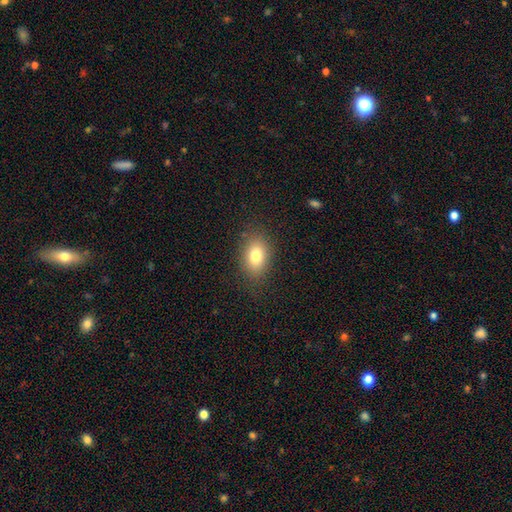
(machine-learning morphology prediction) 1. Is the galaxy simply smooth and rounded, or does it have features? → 79% smooth, 11% featured or disk, 10% star or artifact.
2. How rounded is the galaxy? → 80% in between, 18% round, 2% cigar-shaped.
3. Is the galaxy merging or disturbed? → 84% none, 11% minor disturbance, 4% major disturbance, 1% merger.